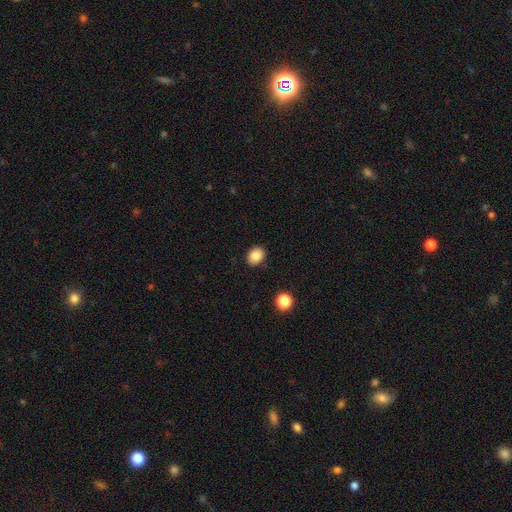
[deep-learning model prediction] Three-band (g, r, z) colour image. It shows a smooth galaxy with no disk features (85%) that is in between round and cigar-shaped (51%). Merging: none (88%).